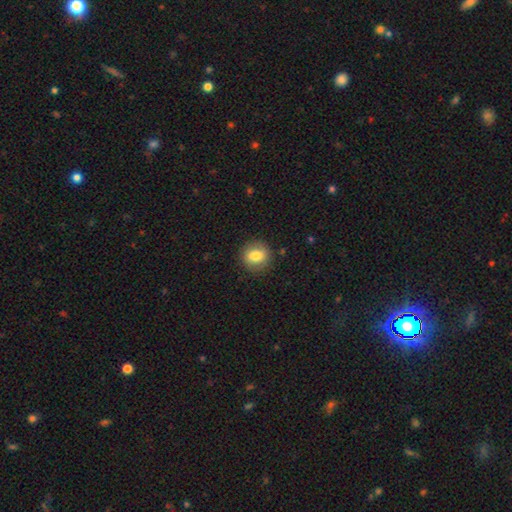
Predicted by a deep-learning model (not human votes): smooth-or-featured: smooth: 77% | featured or disk: 14% | star or artifact: 9%
  how-rounded: round: 81% | in between: 18% | cigar-shaped: 1%
  merging: none: 86% | minor disturbance: 10% | major disturbance: 3% | merger: 1%